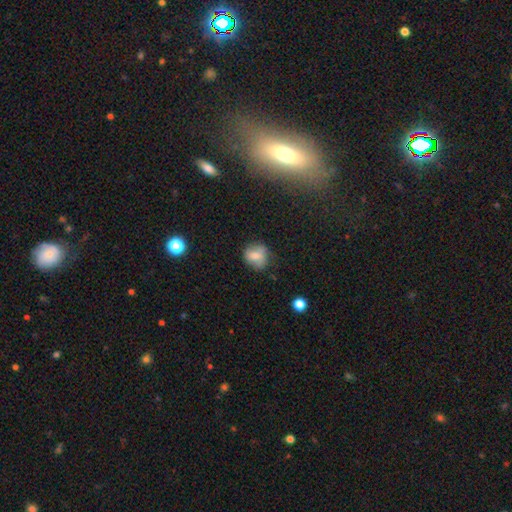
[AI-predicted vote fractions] This is likely a smooth galaxy (70%). How rounded: likely round (74%). Merging: likely none (65%).